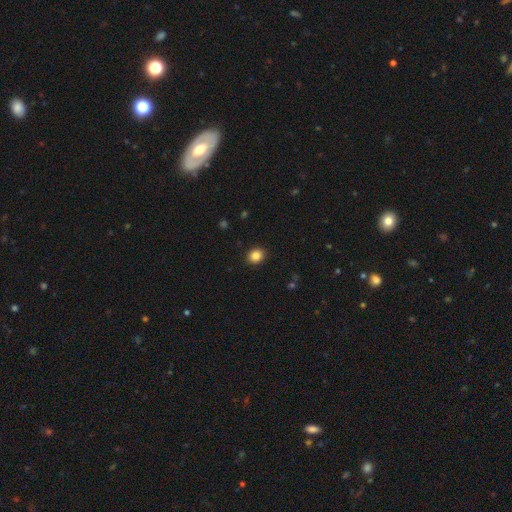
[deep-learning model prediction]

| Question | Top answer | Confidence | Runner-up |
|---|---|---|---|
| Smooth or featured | smooth | 86% | star or artifact (10%) |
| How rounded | round | 68% | in between (31%) |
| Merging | none | 91% | minor disturbance (6%) |